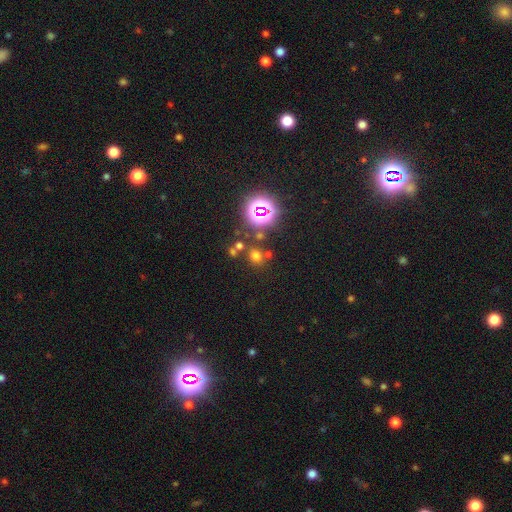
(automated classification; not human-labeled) smooth 58%, star or artifact 35%, featured or disk 8%. Down the decision tree: how rounded — round (80%); merging — none (72%).